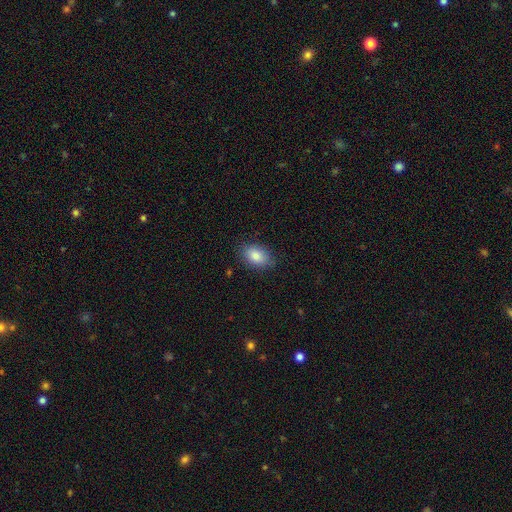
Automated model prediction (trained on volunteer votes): Overall: smooth (85%). How rounded: in between (85%). Merging: none (84%).